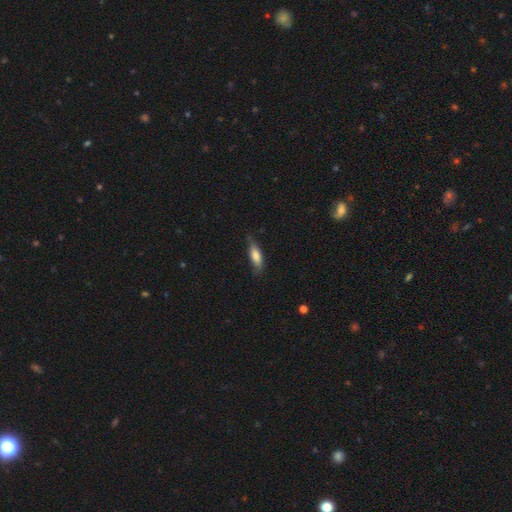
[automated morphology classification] The model was most divided on "how rounded": in between: 54%, cigar-shaped: 44%, round: 2%. More confident: smooth or featured — smooth (74%); merging — none (70%).